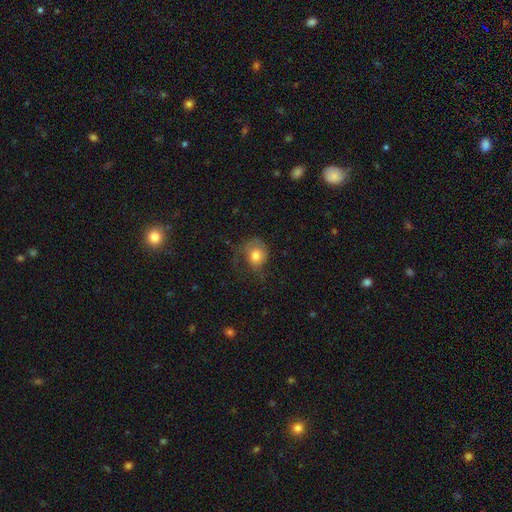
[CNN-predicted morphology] smooth-or-featured: smooth: 71% | featured or disk: 20% | star or artifact: 9%
  how-rounded: round: 67% | in between: 32% | cigar-shaped: 1%
  merging: none: 38% | major disturbance: 33% | minor disturbance: 27% | merger: 2%